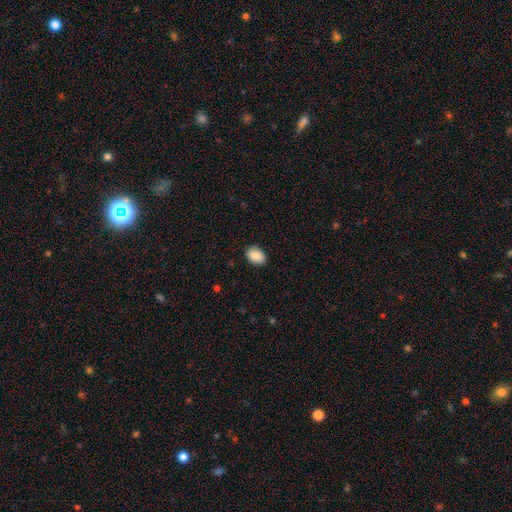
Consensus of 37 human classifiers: This appears to be a smooth galaxy with no disk features (92%) that is in between round and cigar-shaped (91%). Merging: none (86%).